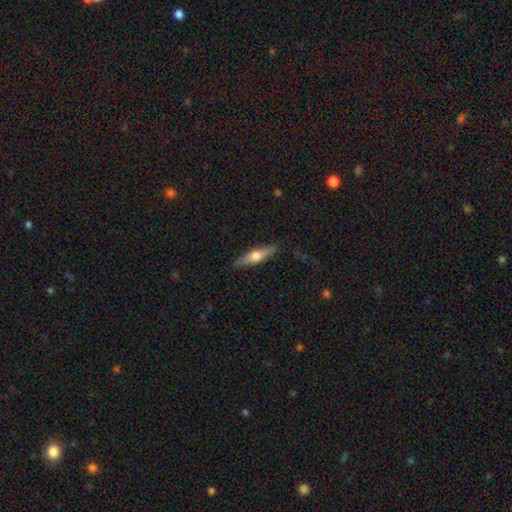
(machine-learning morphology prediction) A featured or disk galaxy (49%). Merging: none (87%).